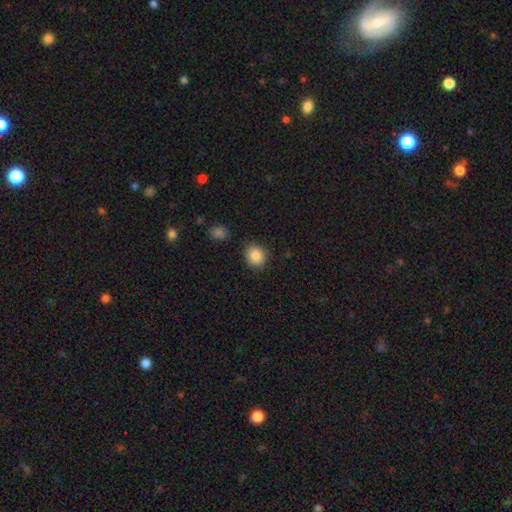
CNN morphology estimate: This is clearly a smooth galaxy (86%). How rounded: likely round (75%). Merging: clearly none (86%).